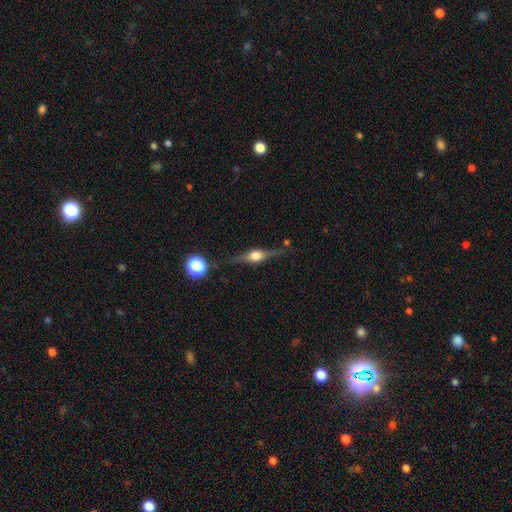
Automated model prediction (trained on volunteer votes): Overall: featured or disk (77%). Edge-on disk: yes (97%). Edge-on bulge: rounded (94%). Merging: none (81%).